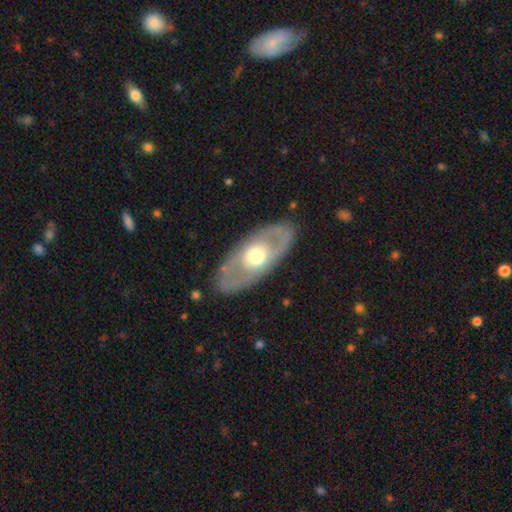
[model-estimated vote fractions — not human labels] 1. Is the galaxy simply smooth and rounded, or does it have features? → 61% featured or disk, 34% smooth, 5% star or artifact.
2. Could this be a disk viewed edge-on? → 85% no, 15% yes.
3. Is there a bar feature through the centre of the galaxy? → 84% no, 12% weak, 4% strong.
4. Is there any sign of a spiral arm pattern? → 78% no, 22% yes.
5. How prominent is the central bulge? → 66% moderate, 22% large, 10% small, 2% dominant, 1% none.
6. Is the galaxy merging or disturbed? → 84% none, 11% minor disturbance, 4% major disturbance, 1% merger.